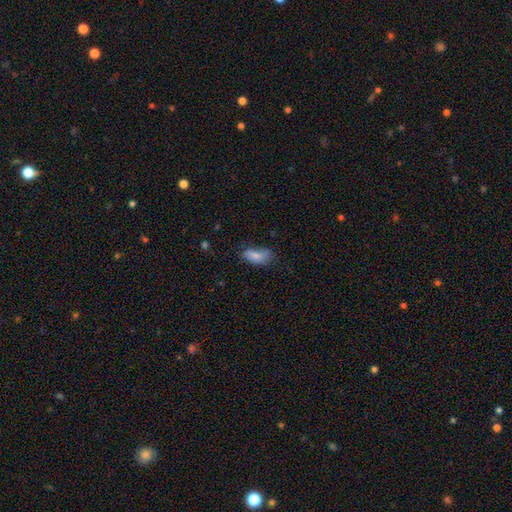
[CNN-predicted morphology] A smooth galaxy with no disk features (78%) that is in between round and cigar-shaped (89%).

Vote fractions:
- Smooth or featured? smooth: 78% / featured or disk: 15% / star or artifact: 8%
- How rounded? in between: 89% / cigar-shaped: 8% / round: 3%
- Merging? none: 52% / minor disturbance: 33% / major disturbance: 12% / merger: 4%